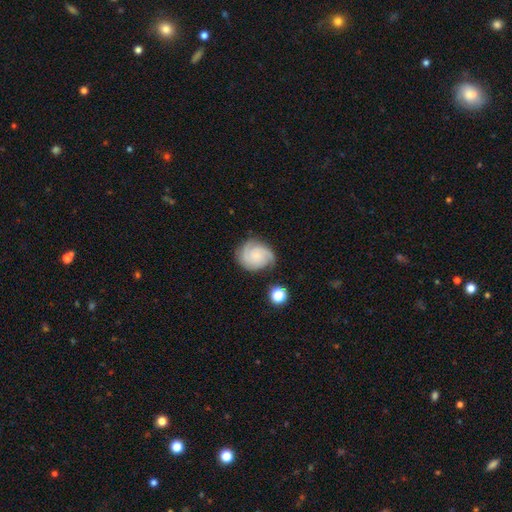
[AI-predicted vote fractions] This is likely a featured or disk galaxy (77%). It is clearly not viewed edge-on (98%). Bar: likely no (74%). Spiral arm pattern: clearly yes (97%). Spiral arm count: marginally 3 (37%). Spiral winding: likely tight (62%). Central bulge: likely small (65%). Merging: likely none (74%).